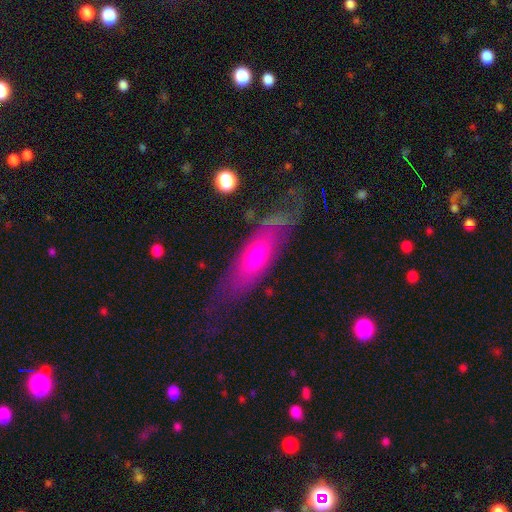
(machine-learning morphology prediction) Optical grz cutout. It shows a featured or disk galaxy (55%). Merging: none (64%).